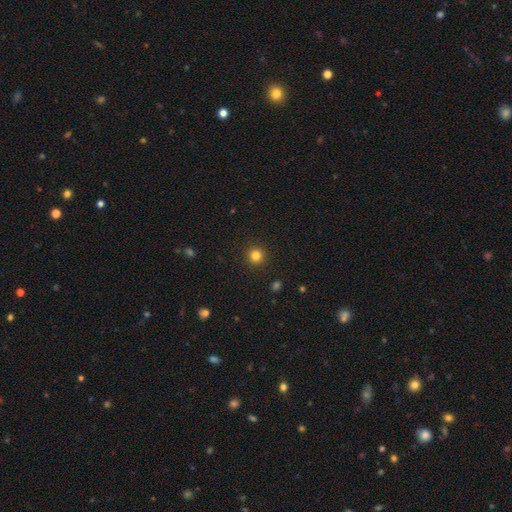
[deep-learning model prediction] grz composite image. It shows a smooth galaxy with no disk features (82%) that is round (95%). Merging: none (93%).